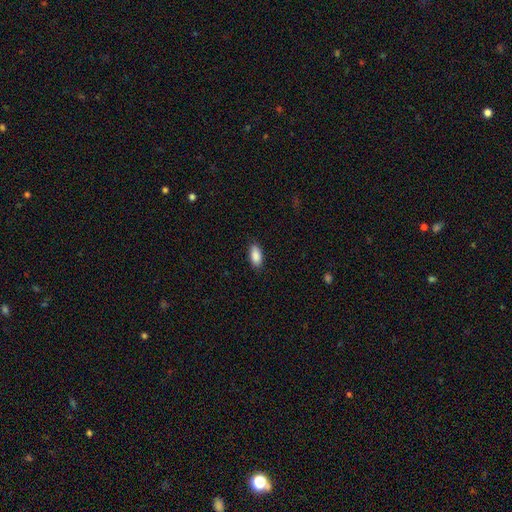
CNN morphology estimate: Overall: smooth (89%). How rounded: in between (90%). Merging: none (87%).